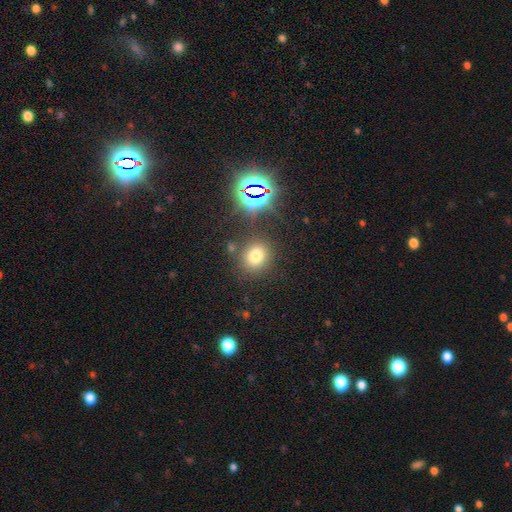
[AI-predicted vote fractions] smooth 71%, star or artifact 21%, featured or disk 8%. Down the decision tree: how rounded — round (77%); merging — none (81%).